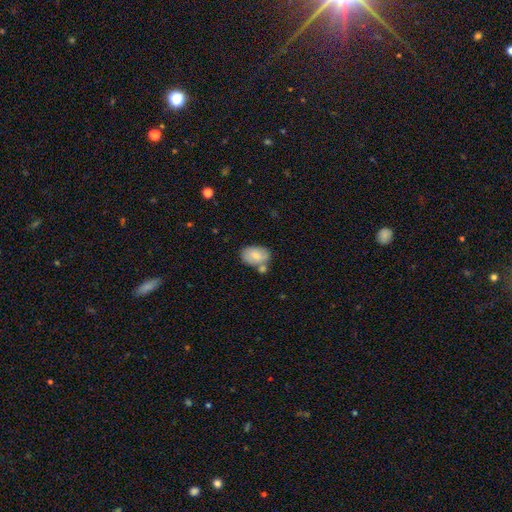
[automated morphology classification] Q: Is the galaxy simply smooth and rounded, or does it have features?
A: smooth — 76%.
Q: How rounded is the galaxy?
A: in between — 85%.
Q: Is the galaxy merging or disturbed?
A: none — 52%.